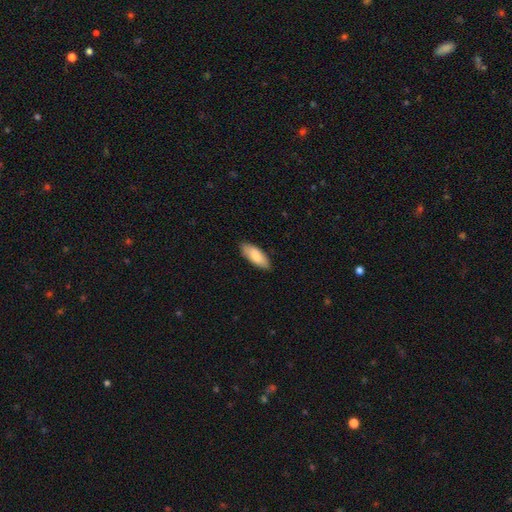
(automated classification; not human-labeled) Smooth or featured? smooth (83%)
How rounded? in between (78%)
Merging? none (86%)